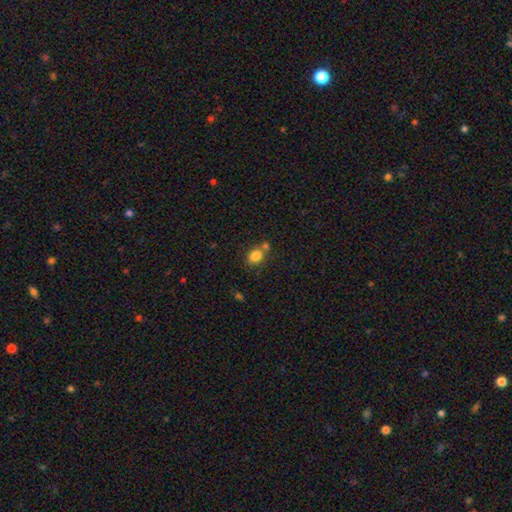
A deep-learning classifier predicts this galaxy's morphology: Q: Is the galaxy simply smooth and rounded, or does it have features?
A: smooth — 82%.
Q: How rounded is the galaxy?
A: round — 50%.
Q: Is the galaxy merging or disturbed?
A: none — 58%.